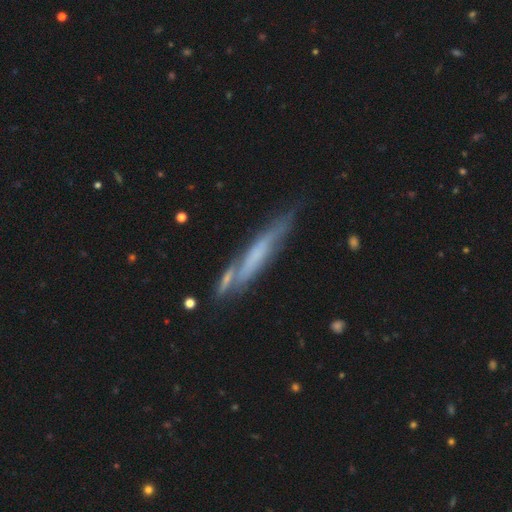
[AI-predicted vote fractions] smooth_or_featured: featured or disk (p=0.57) [alt: smooth p=0.36]
disk_edge_on: yes (p=0.82) [alt: no p=0.18]
merging: none (p=0.62) [alt: minor disturbance p=0.21]